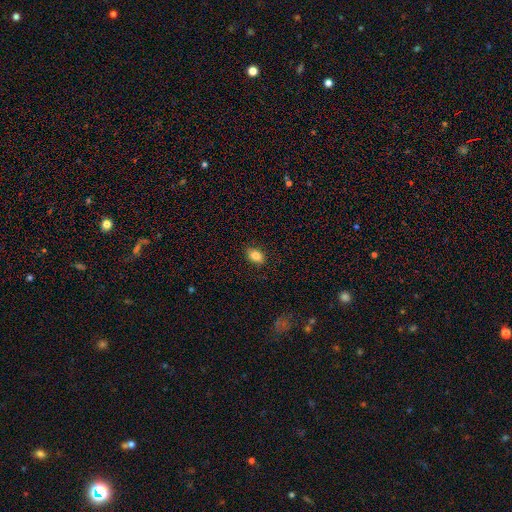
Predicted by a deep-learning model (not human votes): Smooth or featured: smooth — 83% (star or artifact — 9%)
How rounded: in between — 83% (round — 16%)
Merging: none — 87% (minor disturbance — 10%)